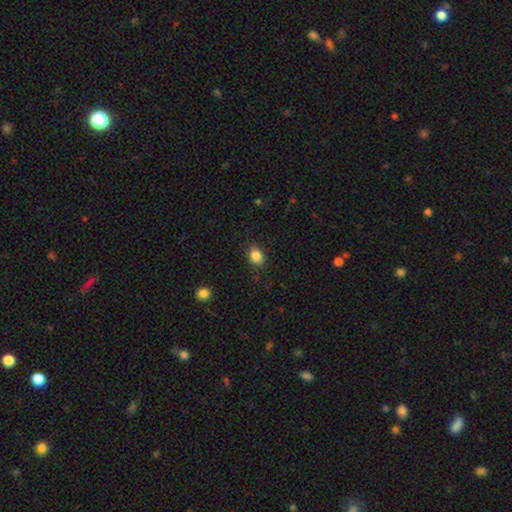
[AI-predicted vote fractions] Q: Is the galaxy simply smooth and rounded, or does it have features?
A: smooth — 85%.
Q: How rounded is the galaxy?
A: round — 56%.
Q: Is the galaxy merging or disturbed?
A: none — 82%.